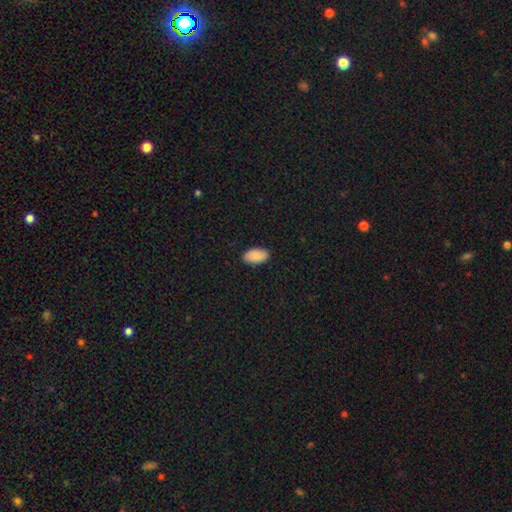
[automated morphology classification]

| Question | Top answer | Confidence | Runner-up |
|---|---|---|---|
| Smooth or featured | smooth | 90% | star or artifact (6%) |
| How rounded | in between | 95% | cigar-shaped (2%) |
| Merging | none | 89% | minor disturbance (8%) |